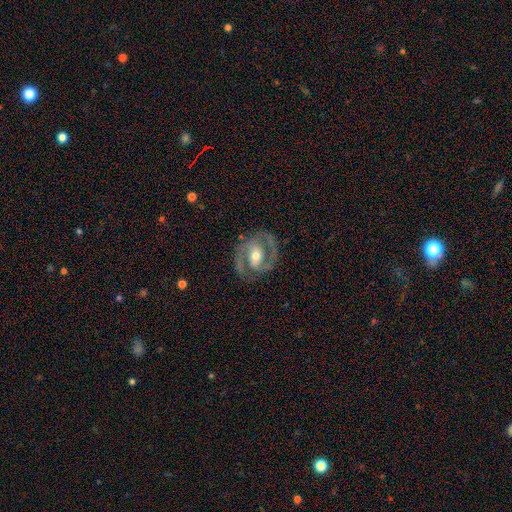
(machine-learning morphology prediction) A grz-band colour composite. It shows a featured or disk galaxy (88%) with a weak bar (40%), 2 (91%) medium (56%) spiral arms (95%) and a moderate central bulge (66%). Merging: none (80%).